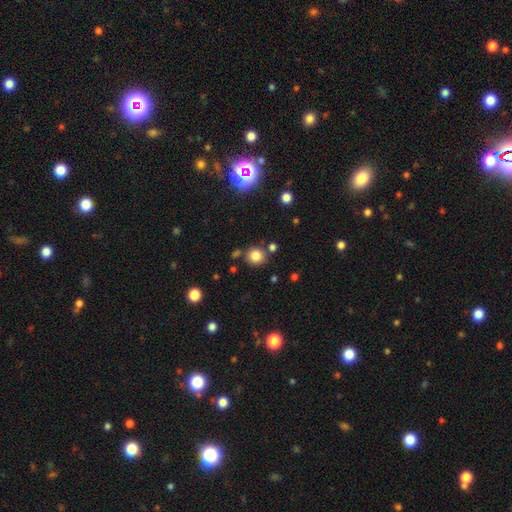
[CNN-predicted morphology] Smooth or featured? Predicted: smooth (p=0.81). How rounded? Predicted: round (p=0.89). Merging? Predicted: none (p=0.80).